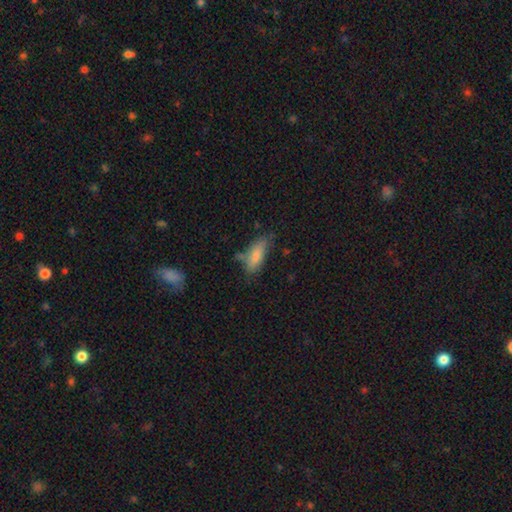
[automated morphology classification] smooth_or_featured: smooth (p=0.78) [alt: featured or disk p=0.15]
how_rounded: in between (p=0.71) [alt: cigar-shaped p=0.27]
merging: none (p=0.55) [alt: minor disturbance p=0.27]